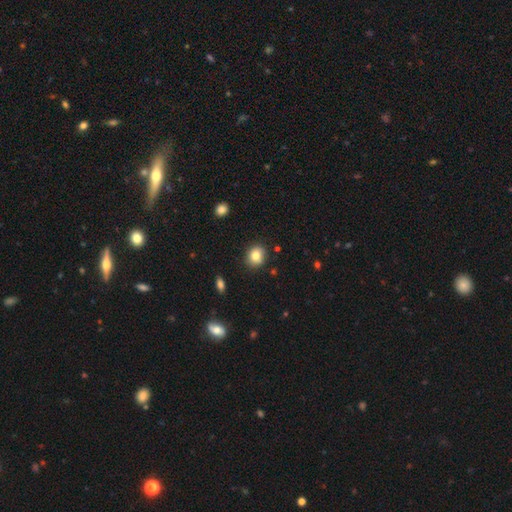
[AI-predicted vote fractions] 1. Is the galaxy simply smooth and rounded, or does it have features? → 81% smooth, 10% star or artifact, 9% featured or disk.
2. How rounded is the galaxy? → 70% round, 29% in between, 1% cigar-shaped.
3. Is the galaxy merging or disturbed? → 87% none, 9% minor disturbance, 2% major disturbance, 2% merger.